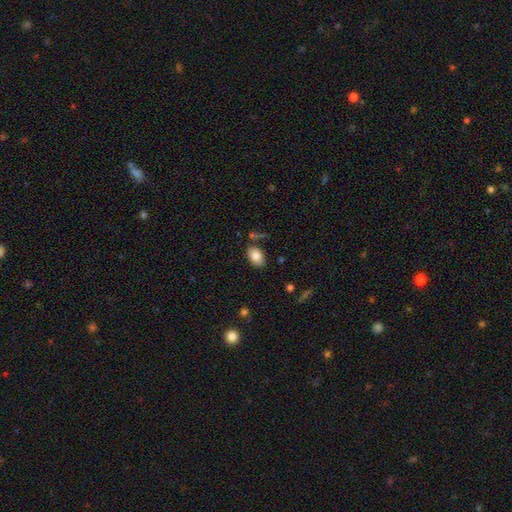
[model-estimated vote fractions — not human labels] Overall: smooth (83%). How rounded: in between (89%). Merging: none (75%).